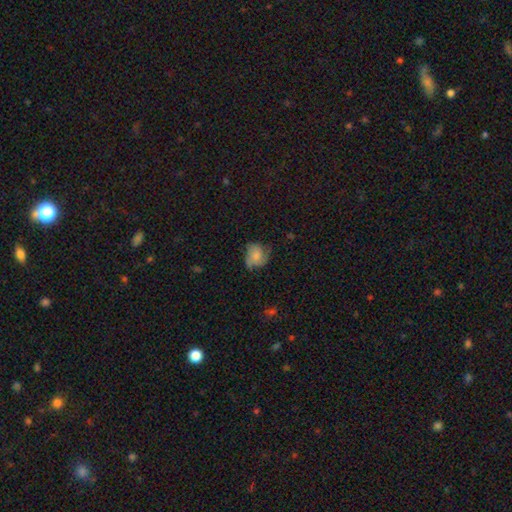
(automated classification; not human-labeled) A smooth galaxy with no disk features (58%) that is round (64%). Merging: none (53%).